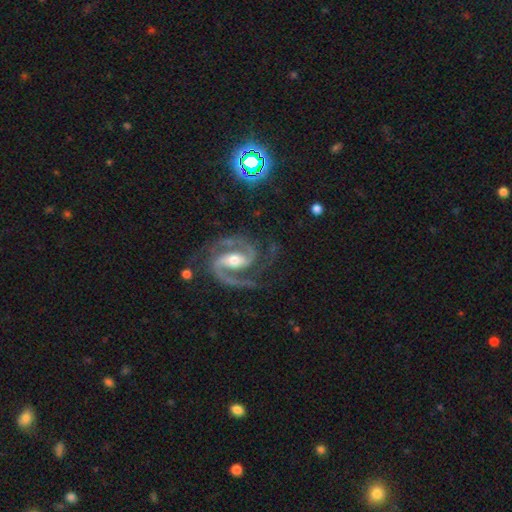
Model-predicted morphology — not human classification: Smooth or featured? Predicted: featured or disk (p=0.93). Edge-on disk? Predicted: no (p=0.98). Bar? Predicted: strong (p=0.53). Spiral arms? Predicted: yes (p=0.99). Spiral winding? Predicted: medium (p=0.61). Spiral arm count? Predicted: 2 (p=0.93). Bulge size? Predicted: moderate (p=0.58). Merging? Predicted: none (p=0.77).